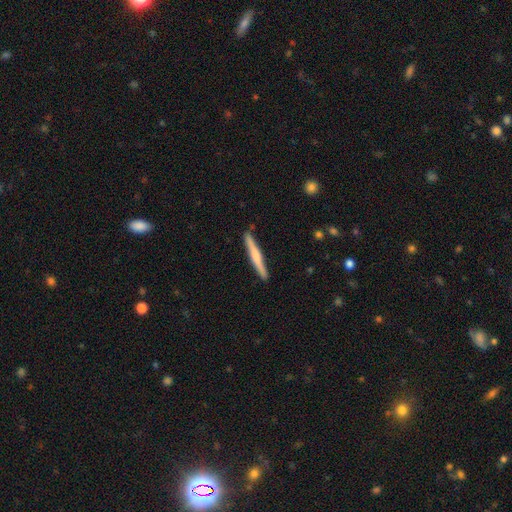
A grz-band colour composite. It shows a featured or disk galaxy (67%) viewed edge-on (96%) with a rounded central bulge (40%). Merging: none (84%).